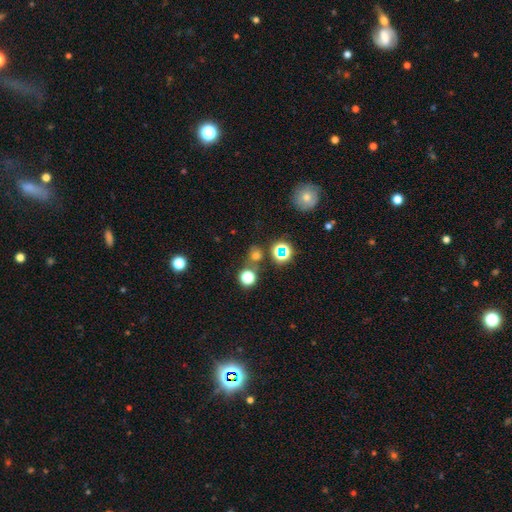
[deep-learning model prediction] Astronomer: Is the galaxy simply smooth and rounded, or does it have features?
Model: smooth — 56% (runner-up: star or artifact, 36%).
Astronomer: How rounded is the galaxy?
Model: round — 83%.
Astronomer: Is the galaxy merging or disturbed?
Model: none — 69%.